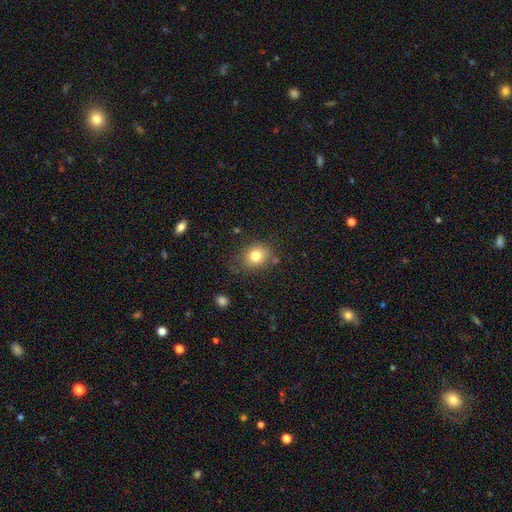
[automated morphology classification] Smooth or featured? smooth (79%)
How rounded? round (56%)
Merging? none (72%)